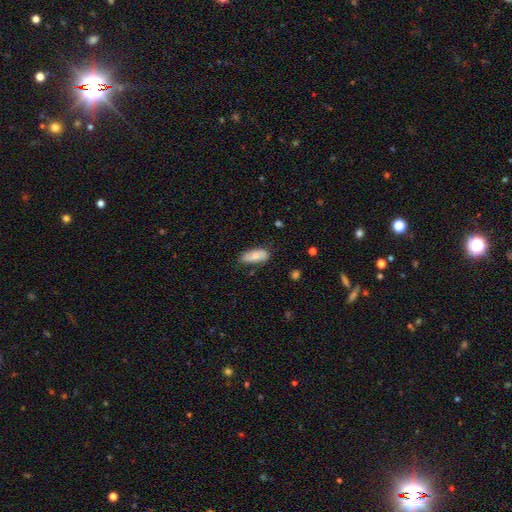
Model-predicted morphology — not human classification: smooth_or_featured: smooth (p=0.81) [alt: featured or disk p=0.13]
how_rounded: in between (p=0.85) [alt: cigar-shaped p=0.12]
merging: none (p=0.65) [alt: minor disturbance p=0.28]